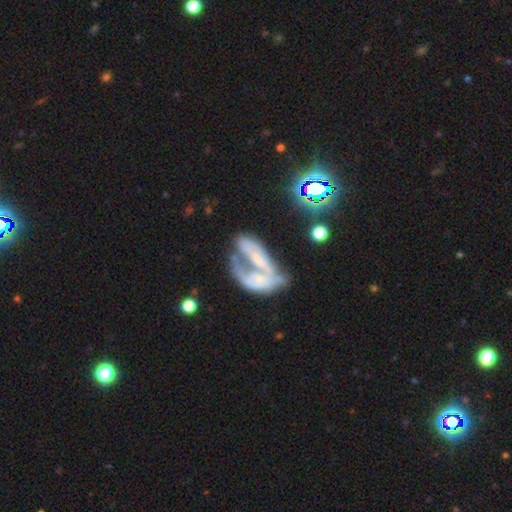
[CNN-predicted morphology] Smooth or featured? featured or disk (56%)
Edge-on disk? no (92%)
Bar? no (73%)
Spiral arms? no (68%)
Bulge size? none (49%)
Merging? merger (50%)